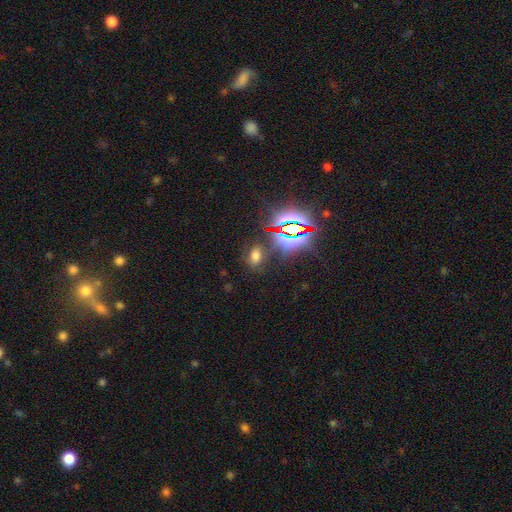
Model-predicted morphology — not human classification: type=smooth (53%); roundness=in between (83%); merging=none (76%).